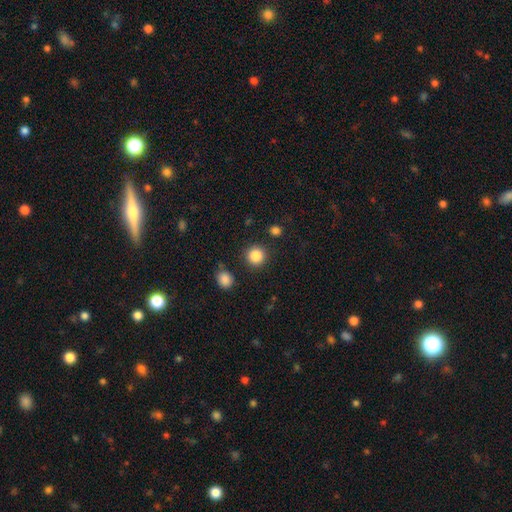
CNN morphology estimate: A smooth galaxy with no disk features (87%) that is round (93%). Merging: none (88%).